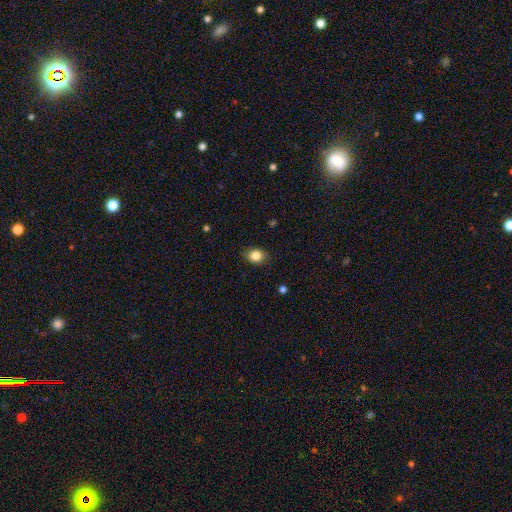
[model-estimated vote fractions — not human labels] Q: Smooth or featured?
A: smooth (84%); runner-up: star or artifact (9%)
Q: How rounded?
A: in between (53%); runner-up: round (46%)
Q: Merging?
A: none (84%); runner-up: minor disturbance (12%)